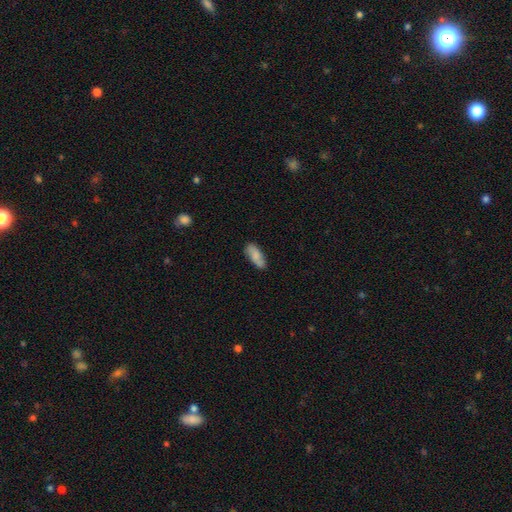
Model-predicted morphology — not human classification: This appears to be a smooth galaxy with no disk features (76%) that is in between round and cigar-shaped (75%). Merging: none (75%).